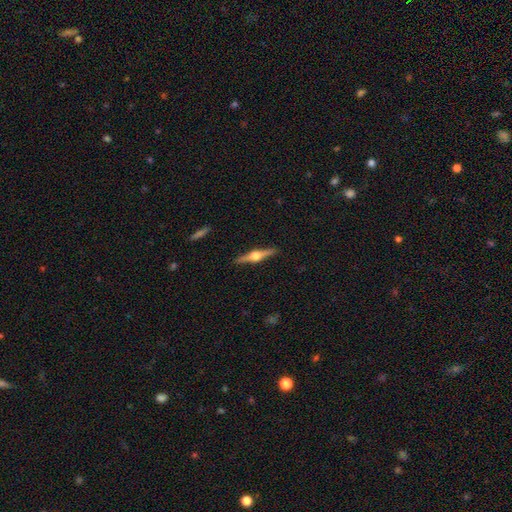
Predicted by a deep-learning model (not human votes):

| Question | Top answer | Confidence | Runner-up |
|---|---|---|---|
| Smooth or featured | featured or disk | 81% | smooth (14%) |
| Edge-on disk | yes | 98% | no (2%) |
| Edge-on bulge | rounded | 96% | boxy (3%) |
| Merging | none | 91% | minor disturbance (6%) |